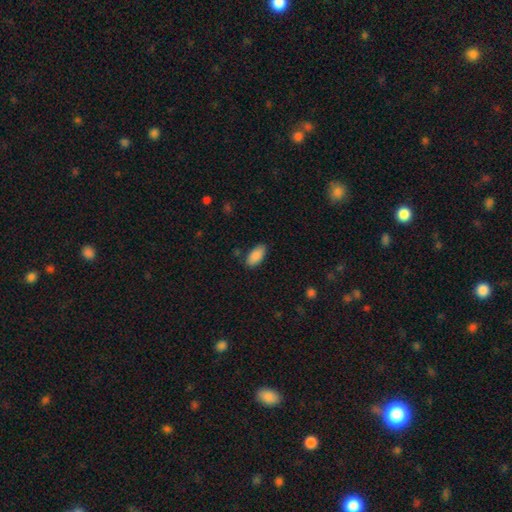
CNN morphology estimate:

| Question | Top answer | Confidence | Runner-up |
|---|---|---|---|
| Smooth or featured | smooth | 89% | star or artifact (7%) |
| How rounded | in between | 93% | cigar-shaped (5%) |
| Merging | none | 83% | minor disturbance (13%) |